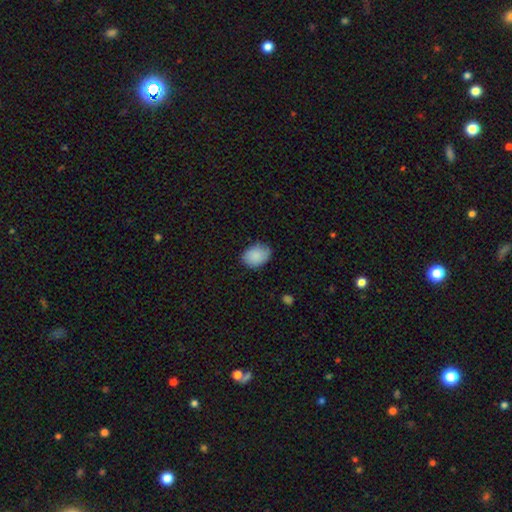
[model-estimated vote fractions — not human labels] This appears to be a smooth galaxy with no disk features (88%) that is in between round and cigar-shaped (68%). Merging: none (73%).